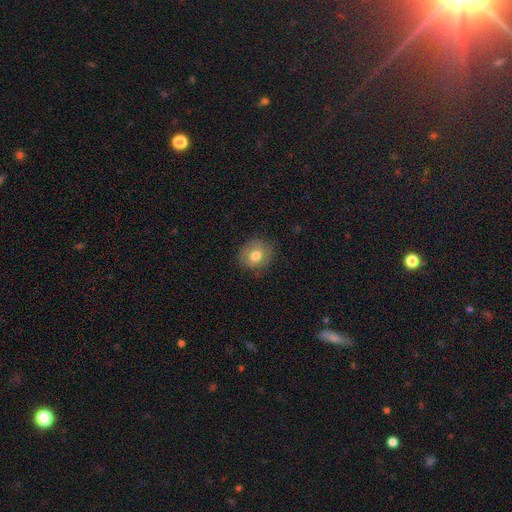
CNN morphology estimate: type=smooth (76%); roundness=round (80%); merging=none (81%).